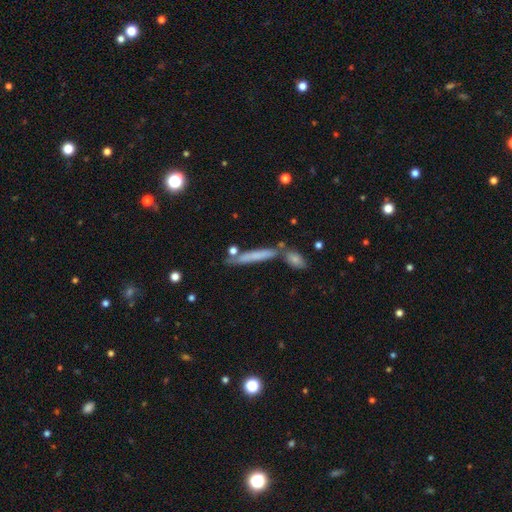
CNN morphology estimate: smooth-or-featured: smooth: 61% | featured or disk: 31% | star or artifact: 8%
  how-rounded: cigar-shaped: 92% | in between: 6% | round: 2%
  merging: none: 70% | merger: 14% | minor disturbance: 13% | major disturbance: 3%